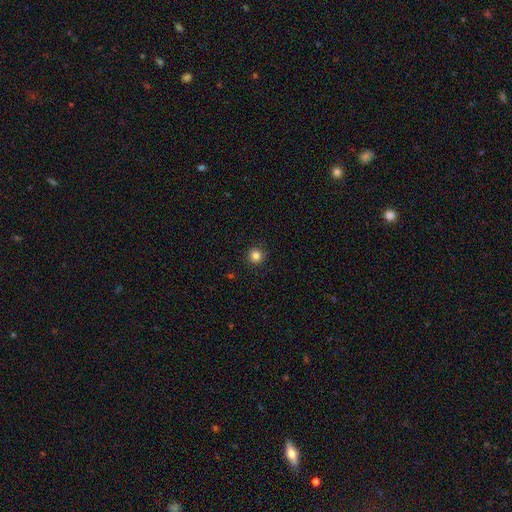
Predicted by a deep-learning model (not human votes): Smooth or featured: smooth — 84% (star or artifact — 12%)
How rounded: round — 95% (in between — 4%)
Merging: none — 91% (minor disturbance — 6%)